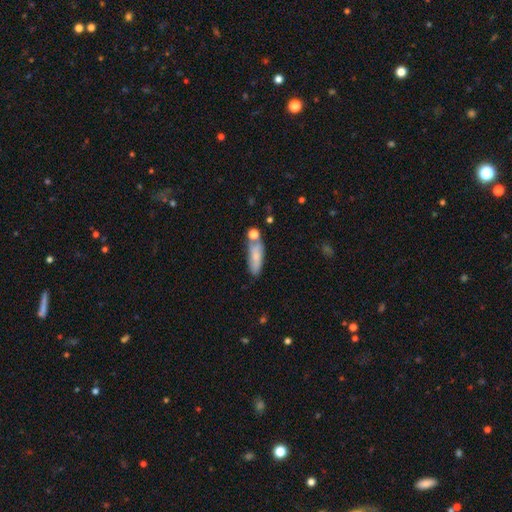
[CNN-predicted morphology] smooth_or_featured: smooth (p=0.70) [alt: featured or disk p=0.23]
how_rounded: in between (p=0.50) [alt: cigar-shaped p=0.47]
merging: none (p=0.58) [alt: minor disturbance p=0.19]